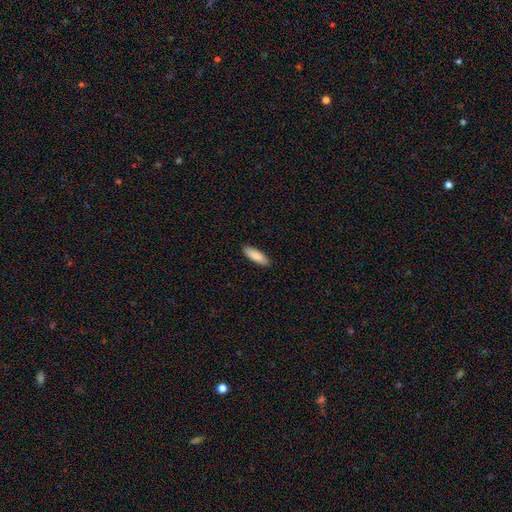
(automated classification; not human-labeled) smooth-or-featured: smooth: 88% | featured or disk: 7% | star or artifact: 5%
  how-rounded: in between: 55% | cigar-shaped: 43% | round: 1%
  merging: none: 89% | minor disturbance: 9% | major disturbance: 2% | merger: 1%